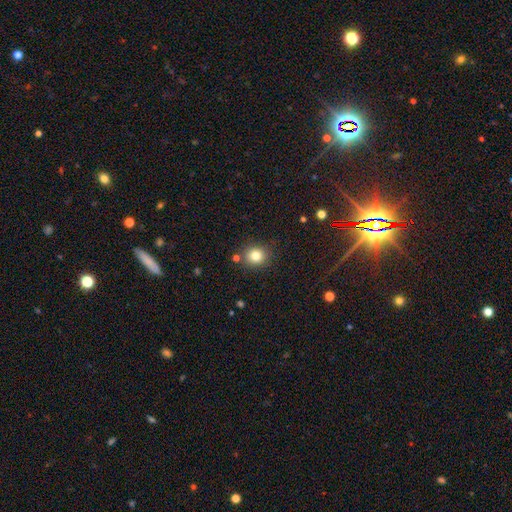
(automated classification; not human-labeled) Morphology: type=smooth (82%); roundness=round (83%); merging=none (84%).